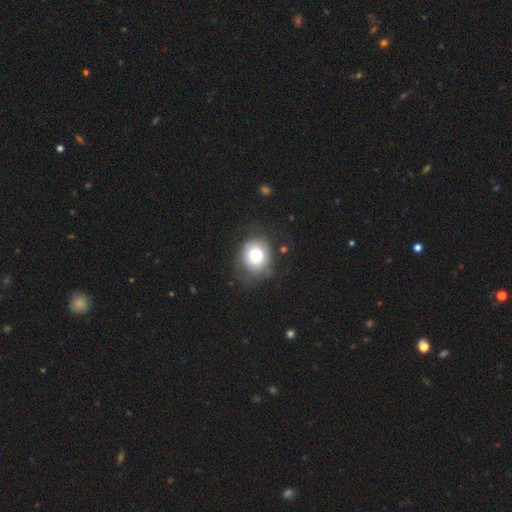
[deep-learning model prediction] Overall: smooth (63%; featured or disk 29%). How rounded: round (69%; in between 31%). Merging: none (64%).